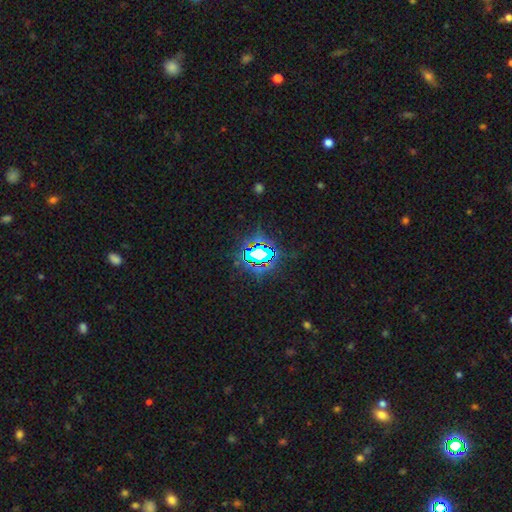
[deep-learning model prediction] Smooth or featured: star or artifact — 75% (smooth — 13%)